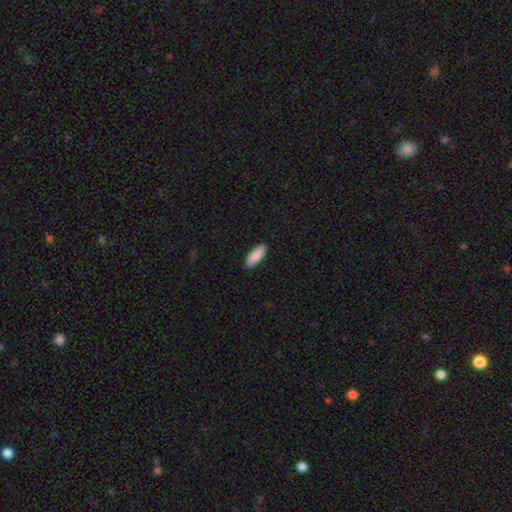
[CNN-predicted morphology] type=smooth (89%); roundness=in between (56%); merging=none (91%).